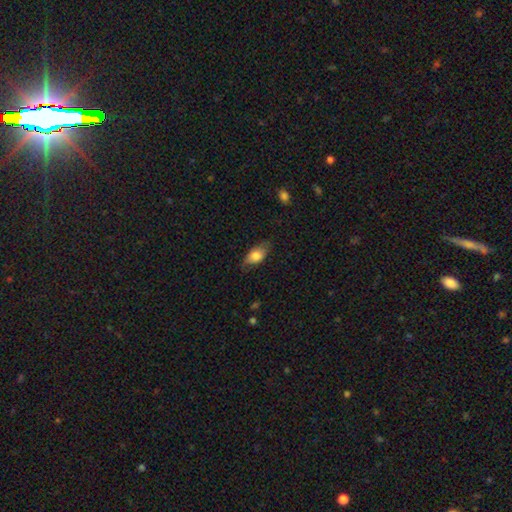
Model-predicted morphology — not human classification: A smooth galaxy with no disk features (74%) that is in between round and cigar-shaped (85%). Merging: none (69%).